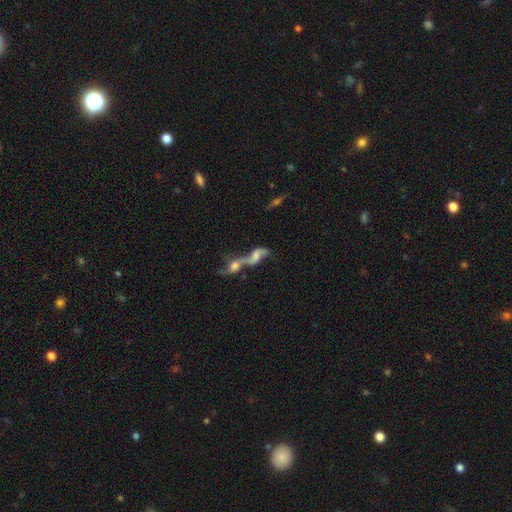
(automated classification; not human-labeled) A featured or disk galaxy (60%) with no bar (61%), spiral arms (71%) and a moderate central bulge (33%). Merging: merger (78%).